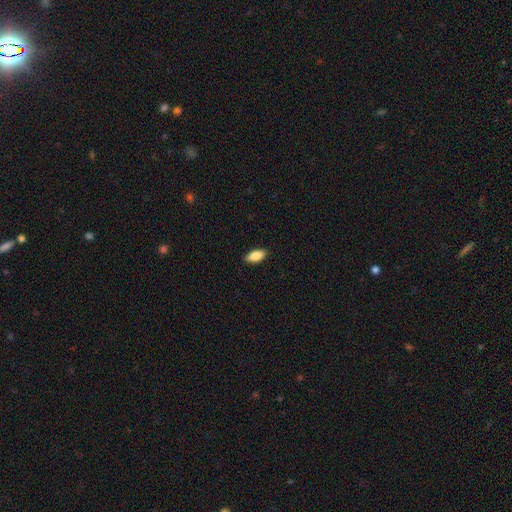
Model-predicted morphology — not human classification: This is clearly a smooth galaxy (88%). How rounded: clearly in between (88%). Merging: clearly none (88%).